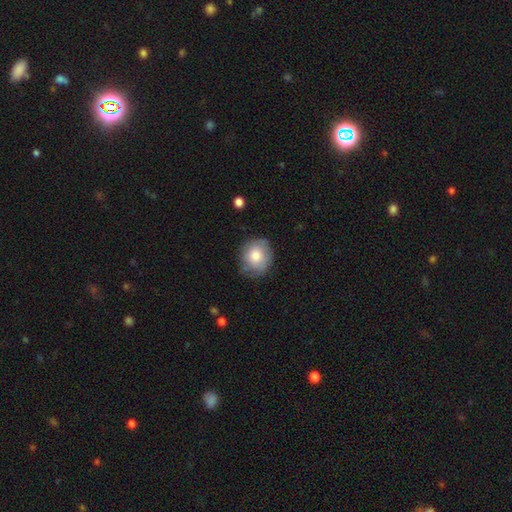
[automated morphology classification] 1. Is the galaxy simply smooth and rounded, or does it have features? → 77% smooth, 16% featured or disk, 7% star or artifact.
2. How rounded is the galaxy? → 75% round, 25% in between, 1% cigar-shaped.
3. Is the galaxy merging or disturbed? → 70% none, 23% minor disturbance, 5% major disturbance, 2% merger.